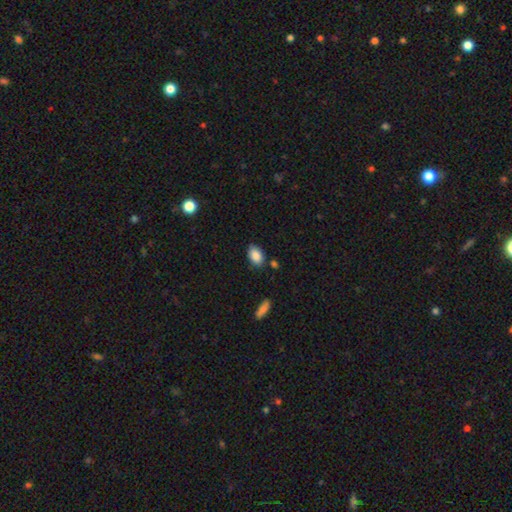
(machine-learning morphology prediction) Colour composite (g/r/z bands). It shows a smooth galaxy with no disk features (87%) that is in between round and cigar-shaped (90%). Merging: none (79%).